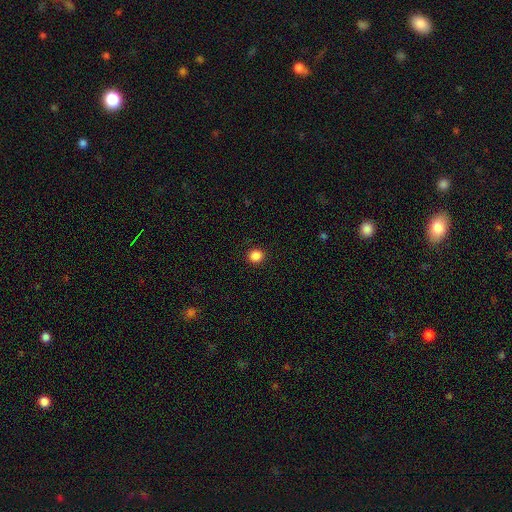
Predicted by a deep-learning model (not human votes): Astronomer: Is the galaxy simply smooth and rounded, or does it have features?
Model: smooth — 86%.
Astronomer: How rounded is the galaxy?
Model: round — 90%.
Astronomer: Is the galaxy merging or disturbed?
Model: none — 92%.